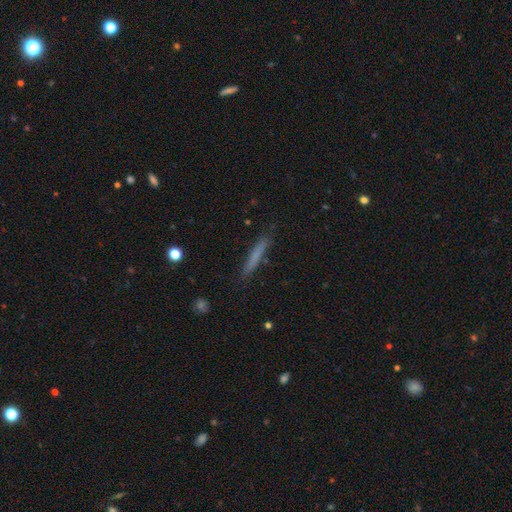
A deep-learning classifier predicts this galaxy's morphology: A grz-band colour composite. It shows a smooth galaxy with no disk features (67%) that is cigar-shaped (95%). Merging: none (86%).